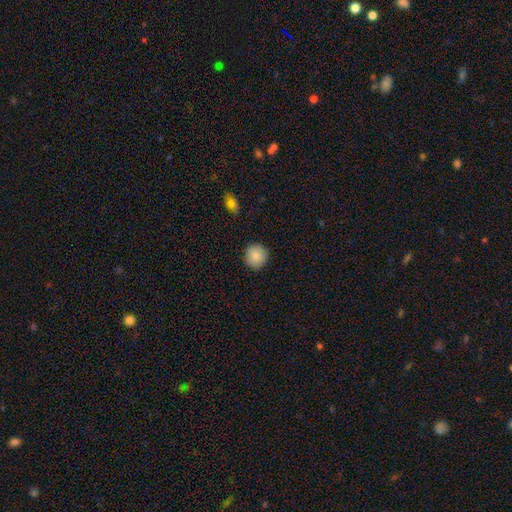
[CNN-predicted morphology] smooth-or-featured: smooth: 88% | star or artifact: 8% | featured or disk: 4%
  how-rounded: round: 93% | in between: 6% | cigar-shaped: 1%
  merging: none: 90% | minor disturbance: 7% | major disturbance: 2% | merger: 1%